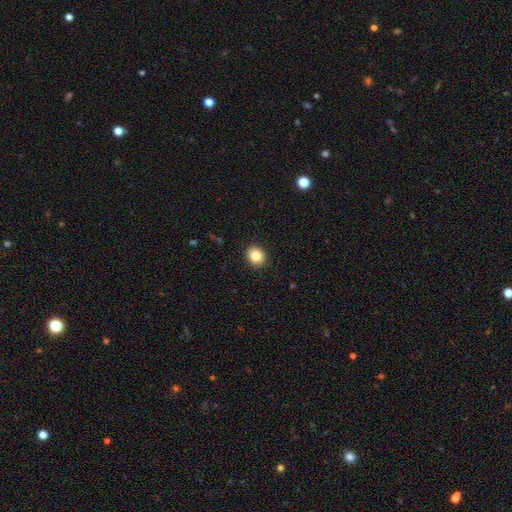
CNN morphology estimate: A smooth galaxy with no disk features (84%) that is round (68%). Merging: none (90%).